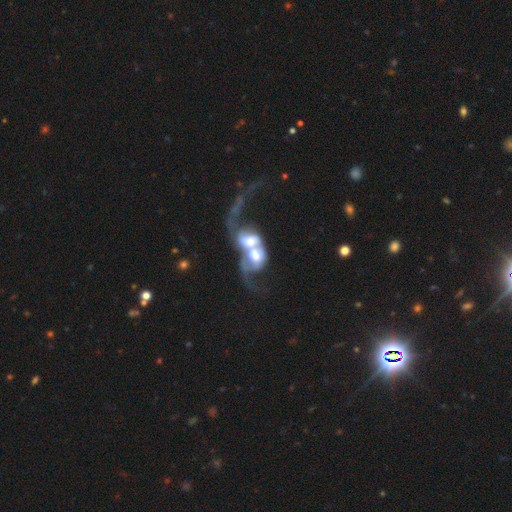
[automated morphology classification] Smooth or featured? featured or disk (60%)
Edge-on disk? no (95%)
Bar? no (70%)
Spiral arms? yes (60%)
Bulge size? large (38%)
Merging? merger (83%)